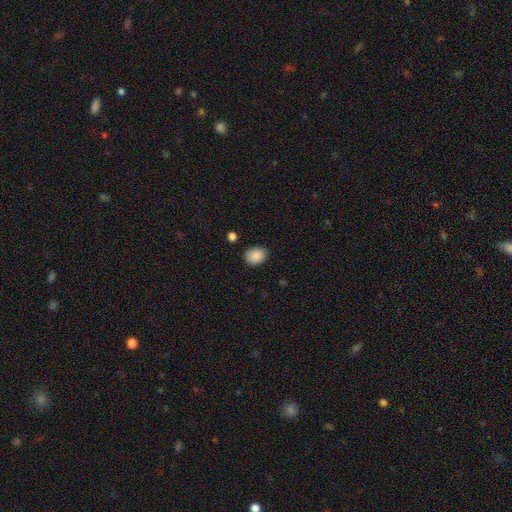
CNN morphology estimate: The model was most divided on "how rounded": in between: 50%, round: 49%, cigar-shaped: 1%. More confident: smooth or featured — smooth (89%); merging — none (83%).